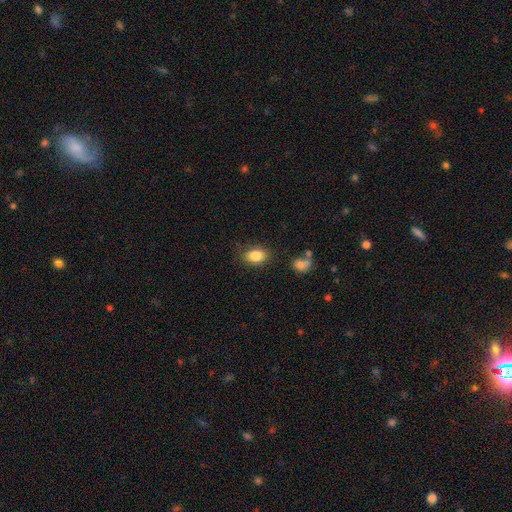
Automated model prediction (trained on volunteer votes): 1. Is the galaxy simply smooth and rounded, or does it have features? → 85% smooth, 9% star or artifact, 6% featured or disk.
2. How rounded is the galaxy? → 75% in between, 24% round, 1% cigar-shaped.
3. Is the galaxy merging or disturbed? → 82% none, 12% minor disturbance, 3% major disturbance, 3% merger.